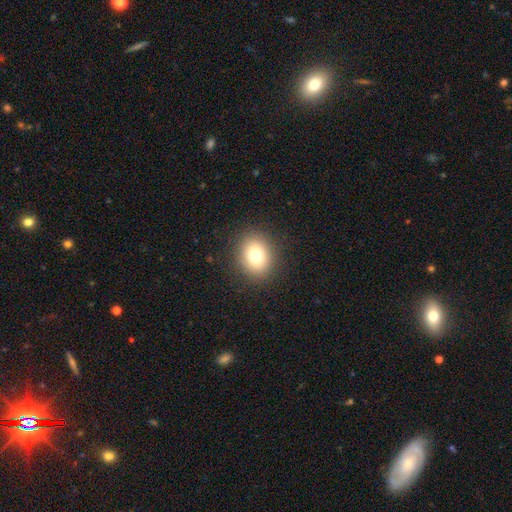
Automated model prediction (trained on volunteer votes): smooth-or-featured: smooth: 78% | star or artifact: 12% | featured or disk: 10%
  how-rounded: round: 60% | in between: 39% | cigar-shaped: 1%
  merging: none: 89% | minor disturbance: 7% | major disturbance: 3% | merger: 1%